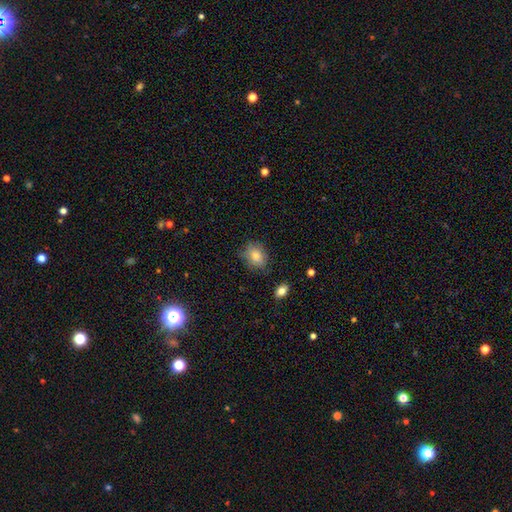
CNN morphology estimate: Smooth or featured: smooth — 76% (featured or disk — 13%)
How rounded: in between — 57% (round — 42%)
Merging: none — 74% (minor disturbance — 20%)